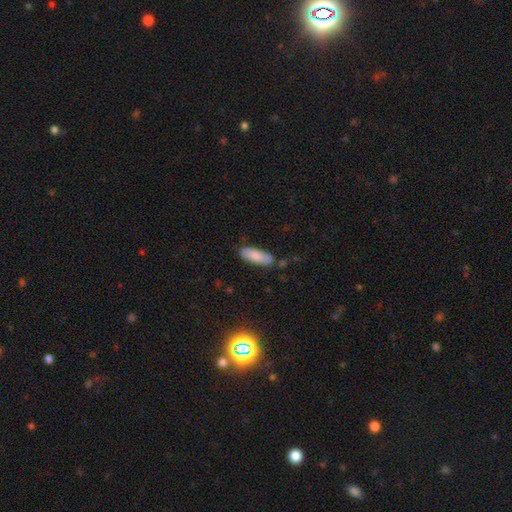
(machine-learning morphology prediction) This appears to be a smooth galaxy with no disk features (83%) that is in between round and cigar-shaped (63%). Merging: none (80%).